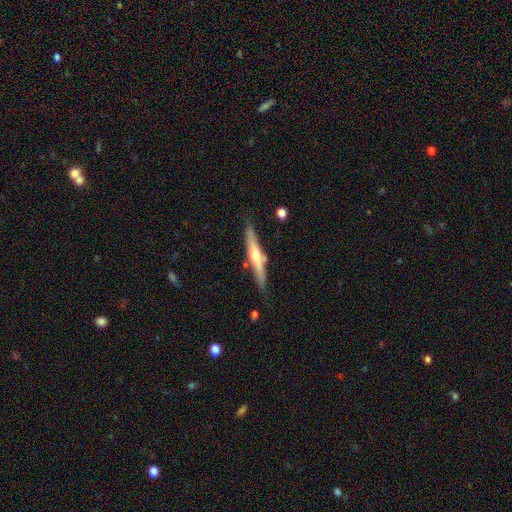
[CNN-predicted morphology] Overall: featured or disk (66%; smooth 28%). Edge-on disk: yes (95%). Edge-on bulge: rounded (88%). Merging: none (82%).